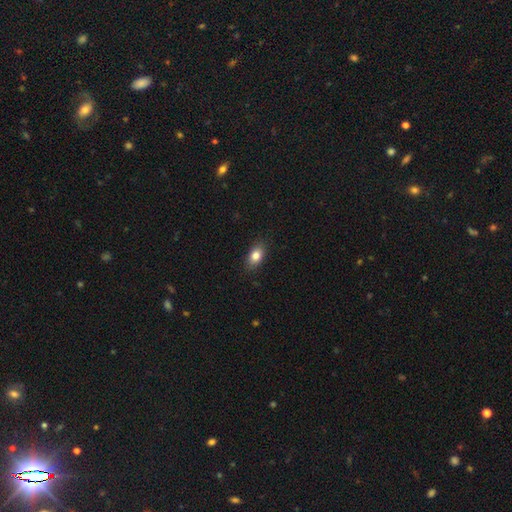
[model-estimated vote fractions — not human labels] The model was most divided on "smooth or featured": smooth: 83%, featured or disk: 9%, star or artifact: 8%. More confident: merging — none (86%); how rounded — in between (86%).